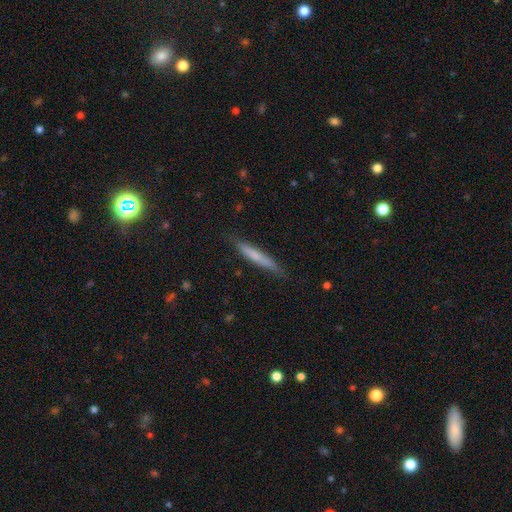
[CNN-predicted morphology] A smooth galaxy with no disk features (63%) that is cigar-shaped (94%).

Vote fractions:
- Smooth or featured? smooth: 63% / featured or disk: 31% / star or artifact: 6%
- How rounded? cigar-shaped: 94% / in between: 4% / round: 1%
- Merging? none: 82% / minor disturbance: 14% / major disturbance: 2% / merger: 1%